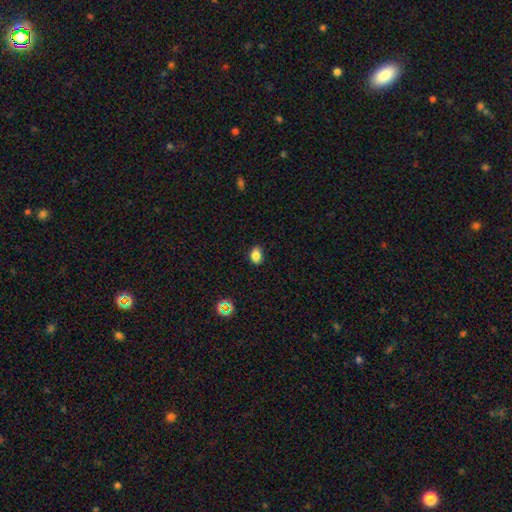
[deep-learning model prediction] Smooth or featured? smooth (82%)
How rounded? in between (78%)
Merging? none (86%)